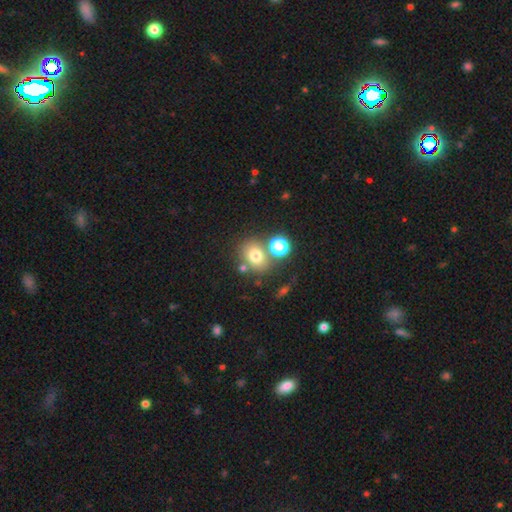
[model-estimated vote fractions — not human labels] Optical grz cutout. It shows a smooth galaxy with no disk features (72%) that is round (61%). Merging: none (64%).